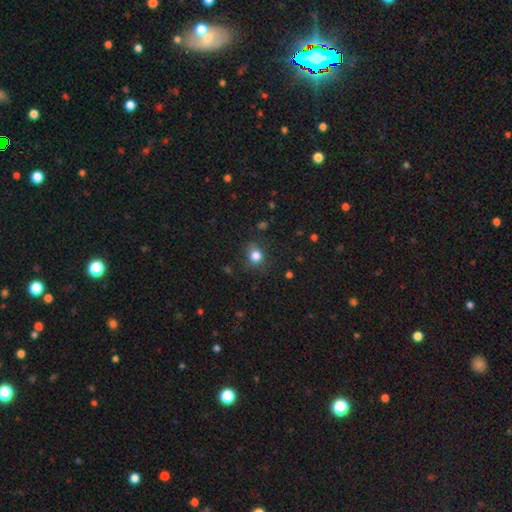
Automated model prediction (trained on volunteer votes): This is clearly a smooth galaxy (82%). How rounded: likely round (74%). Merging: likely none (78%).